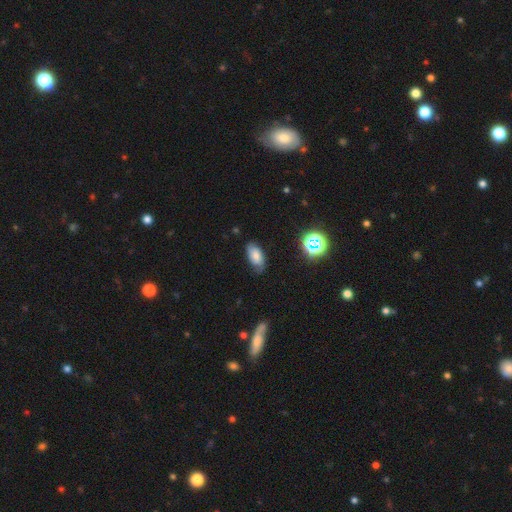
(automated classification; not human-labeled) Smooth or featured? Predicted: smooth (p=0.60). How rounded? Predicted: in between (p=0.92). Merging? Predicted: none (p=0.68).